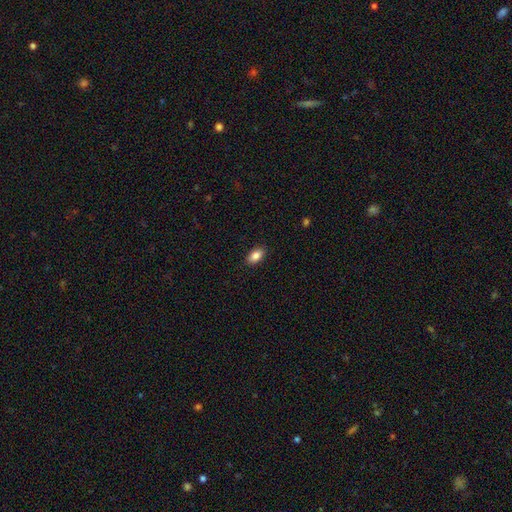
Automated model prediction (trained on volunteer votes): Smooth or featured: smooth — 86% (star or artifact — 8%)
How rounded: in between — 92% (round — 5%)
Merging: none — 89% (minor disturbance — 8%)